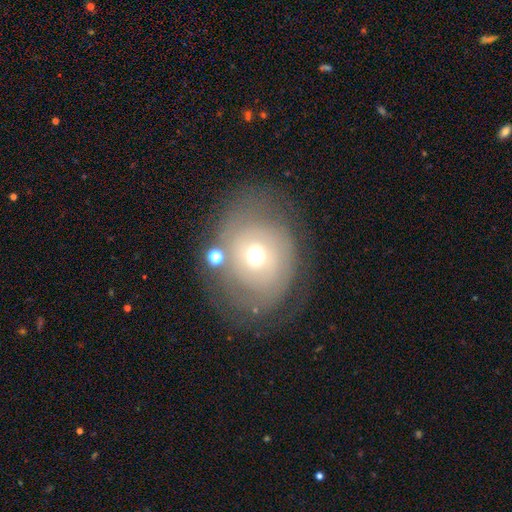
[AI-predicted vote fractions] A featured or disk galaxy (44%).

Vote fractions:
- Smooth or featured? featured or disk: 44% / smooth: 43% / star or artifact: 13%
- Merging? none: 59% / minor disturbance: 19% / major disturbance: 17% / merger: 6%